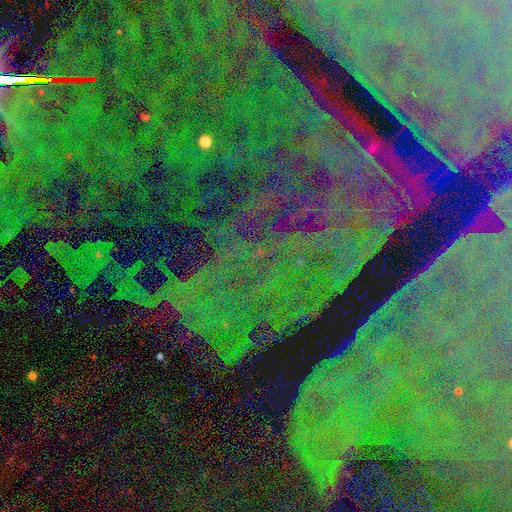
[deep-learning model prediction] smooth_or_featured: star or artifact (p=0.87) [alt: featured or disk p=0.07]